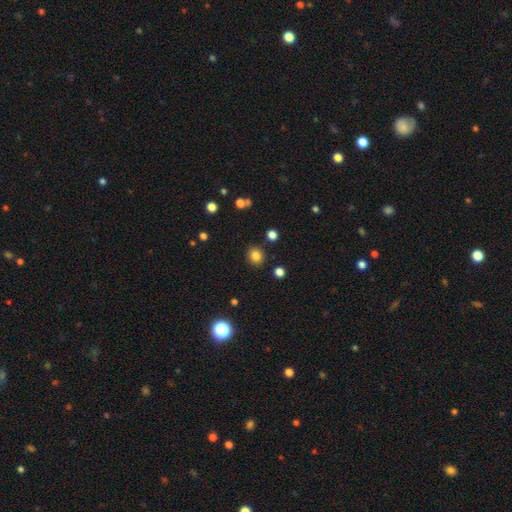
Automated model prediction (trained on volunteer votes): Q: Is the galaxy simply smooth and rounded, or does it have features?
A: smooth — 82%.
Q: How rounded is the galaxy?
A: round — 87%.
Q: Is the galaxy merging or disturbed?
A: none — 89%.